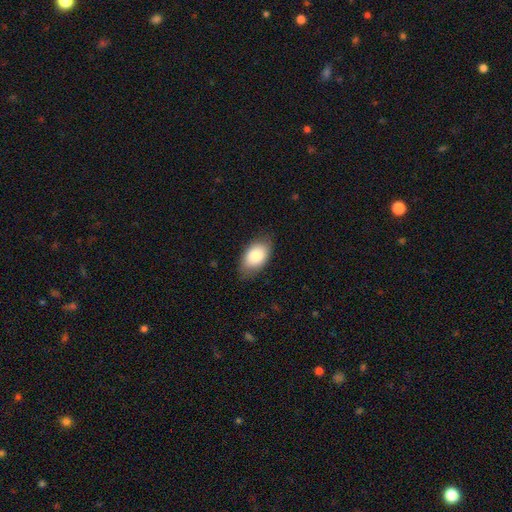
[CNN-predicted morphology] This appears to be a smooth galaxy with no disk features (84%) that is in between round and cigar-shaped (92%). Merging: none (76%).